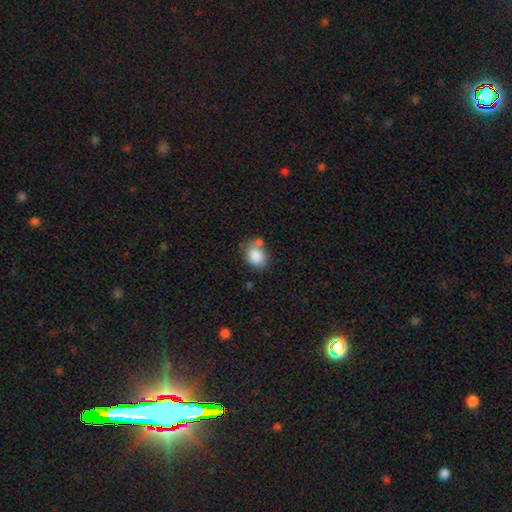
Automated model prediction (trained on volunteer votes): Morphology: type=smooth (85%); roundness=in between (61%); merging=none (54%).